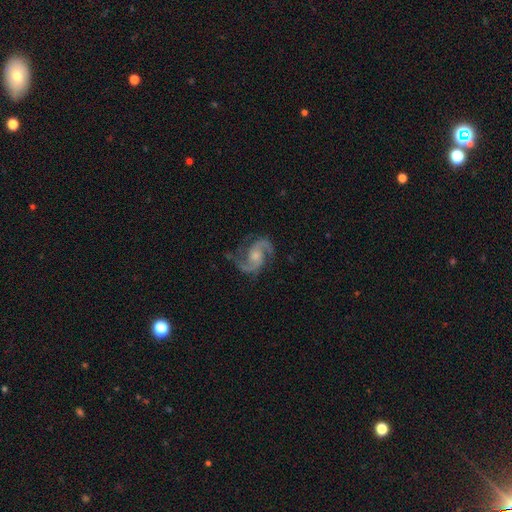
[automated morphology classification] Overall: featured or disk (92%). Edge-on disk: no (98%). Bar: no (60%; weak 33%). Spiral arms: yes (98%). Spiral arm count: 2 (92%). Spiral winding: medium (60%; loose 25%). Bulge size: moderate (45%; small 39%). Merging: none (76%).